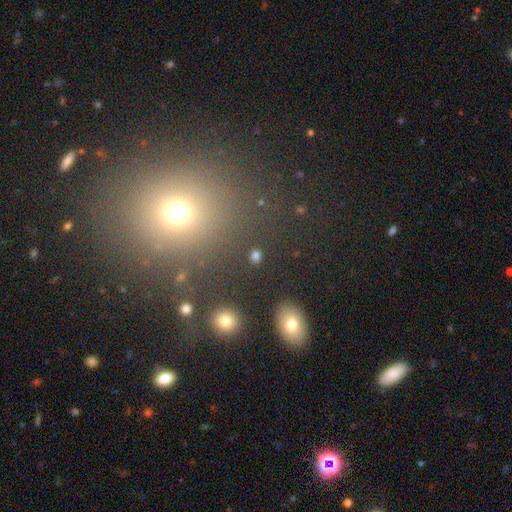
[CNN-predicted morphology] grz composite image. It shows a smooth galaxy with no disk features (79%) that is round (57%). Merging: none (86%).